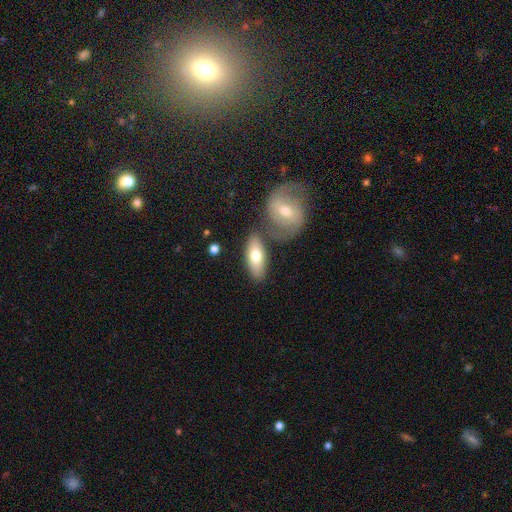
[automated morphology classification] A smooth galaxy with no disk features (68%) that is in between round and cigar-shaped (79%).

Vote fractions:
- Smooth or featured? smooth: 68% / featured or disk: 26% / star or artifact: 5%
- How rounded? in between: 79% / cigar-shaped: 18% / round: 4%
- Merging? none: 67% / merger: 17% / minor disturbance: 12% / major disturbance: 3%